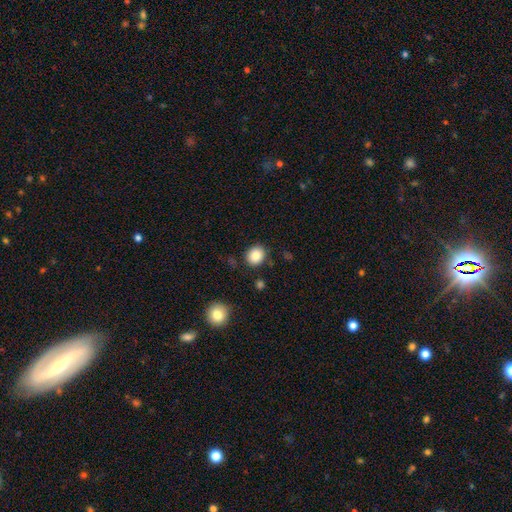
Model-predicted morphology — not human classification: smooth_or_featured: smooth (p=0.86) [alt: star or artifact p=0.09]
how_rounded: round (p=0.73) [alt: in between p=0.26]
merging: none (p=0.86) [alt: minor disturbance p=0.09]